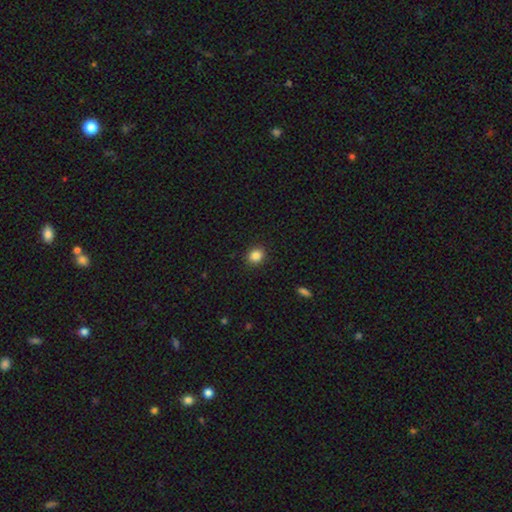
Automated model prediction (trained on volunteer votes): This appears to be a smooth galaxy with no disk features (86%) that is round (67%). Merging: none (91%).